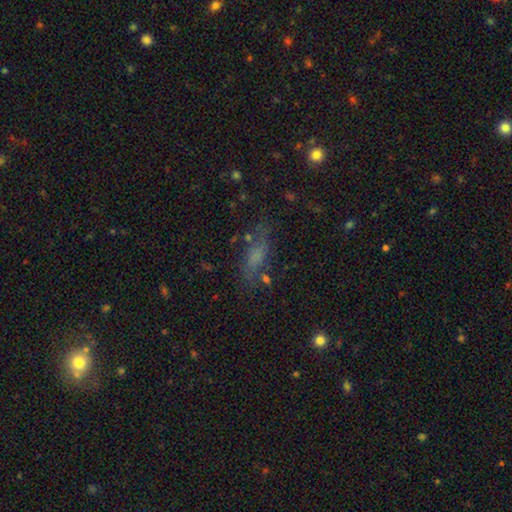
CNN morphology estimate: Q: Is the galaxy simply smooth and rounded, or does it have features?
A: smooth — 59%.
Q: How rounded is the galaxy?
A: in between — 54%.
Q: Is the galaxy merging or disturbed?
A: none — 65%.